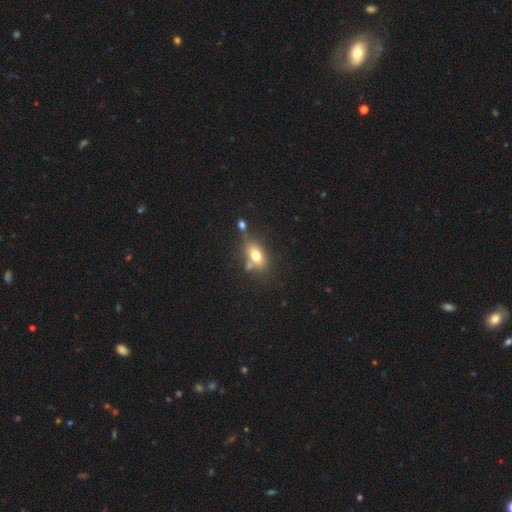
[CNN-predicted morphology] smooth_or_featured: smooth (p=0.71) [alt: featured or disk p=0.19]
how_rounded: in between (p=0.79) [alt: round p=0.15]
merging: none (p=0.59) [alt: minor disturbance p=0.17]